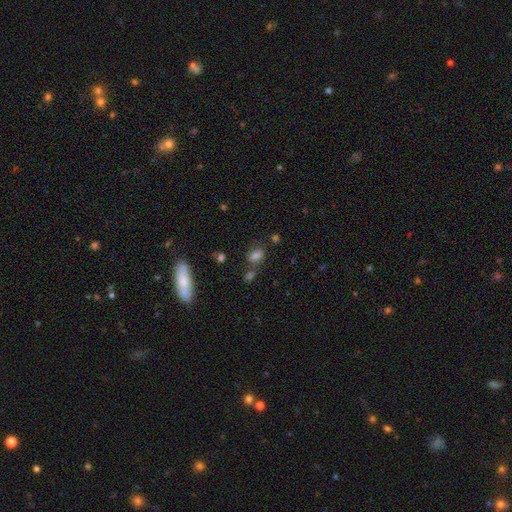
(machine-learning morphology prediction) This is likely a smooth galaxy (74%). How rounded: likely in between (78%). Merging: possibly none (59%).